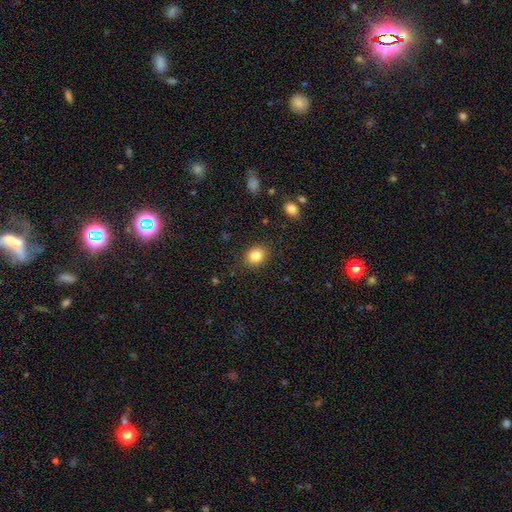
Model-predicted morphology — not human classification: Smooth or featured?
  - smooth: 84% *
  - star or artifact: 10%
  - featured or disk: 6%
How rounded?
  - round: 55% *
  - in between: 45%
  - cigar-shaped: 1%
Merging?
  - none: 87% *
  - minor disturbance: 9%
  - major disturbance: 3%
  - merger: 1%